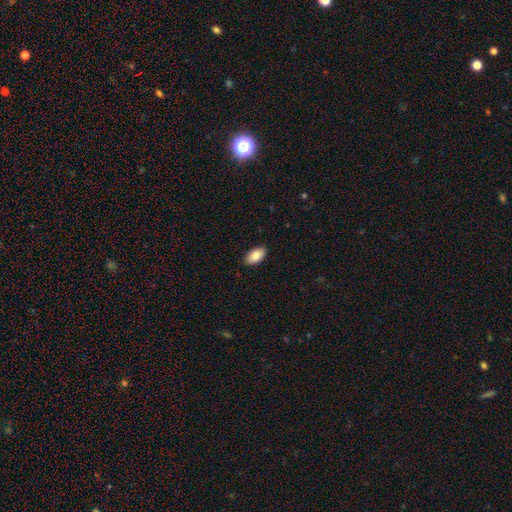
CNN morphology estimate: smooth 86%, featured or disk 8%, star or artifact 6%. Down the decision tree: how rounded — in between (95%); merging — none (90%).